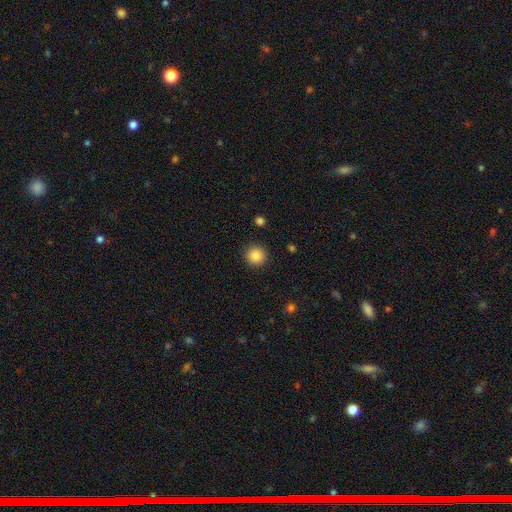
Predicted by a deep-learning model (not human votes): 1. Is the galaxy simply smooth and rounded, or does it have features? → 86% smooth, 10% star or artifact, 5% featured or disk.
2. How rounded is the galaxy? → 94% round, 5% in between, 1% cigar-shaped.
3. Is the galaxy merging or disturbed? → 92% none, 5% minor disturbance, 2% major disturbance, 1% merger.